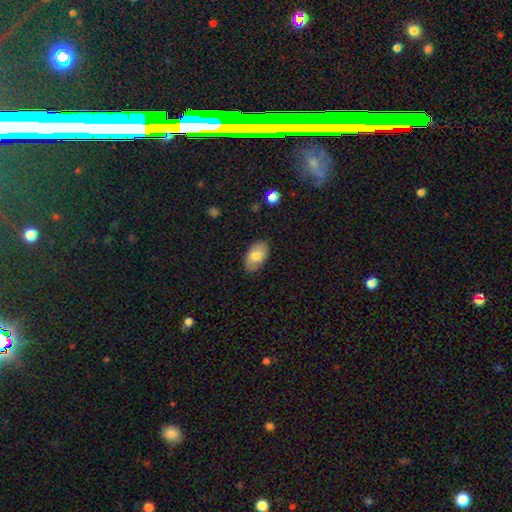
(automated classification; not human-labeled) The model was most divided on "smooth or featured": smooth: 77%, featured or disk: 16%, star or artifact: 6%. More confident: how rounded — in between (93%); merging — none (84%).